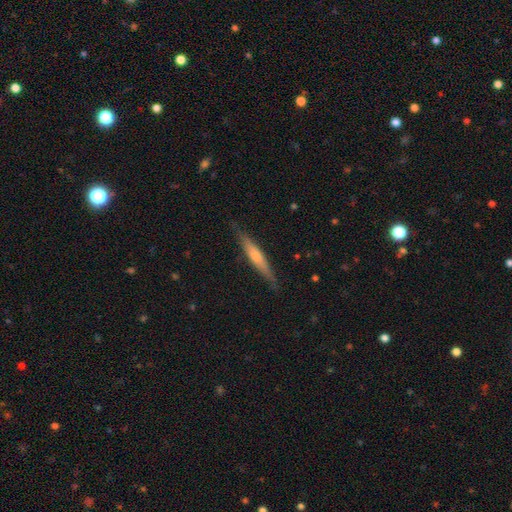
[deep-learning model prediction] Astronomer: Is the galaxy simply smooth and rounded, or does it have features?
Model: featured or disk — 48% (runner-up: smooth, 46%).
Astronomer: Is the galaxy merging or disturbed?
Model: none — 85%.